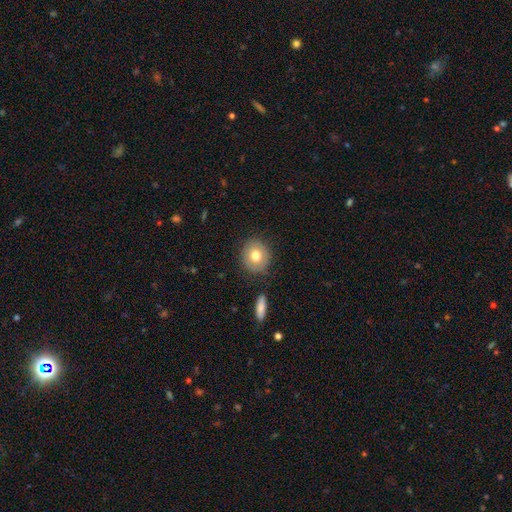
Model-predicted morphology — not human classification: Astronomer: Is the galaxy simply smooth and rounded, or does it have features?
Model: smooth — 76%.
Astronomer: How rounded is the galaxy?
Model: round — 82%.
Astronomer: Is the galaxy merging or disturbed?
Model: none — 83%.